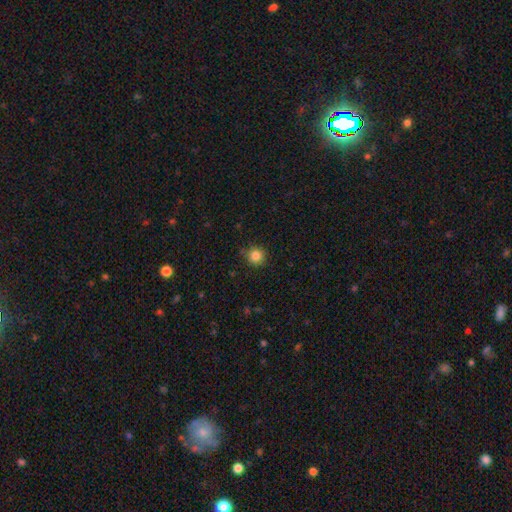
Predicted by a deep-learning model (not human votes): Overall: smooth (84%). How rounded: round (93%). Merging: none (84%).